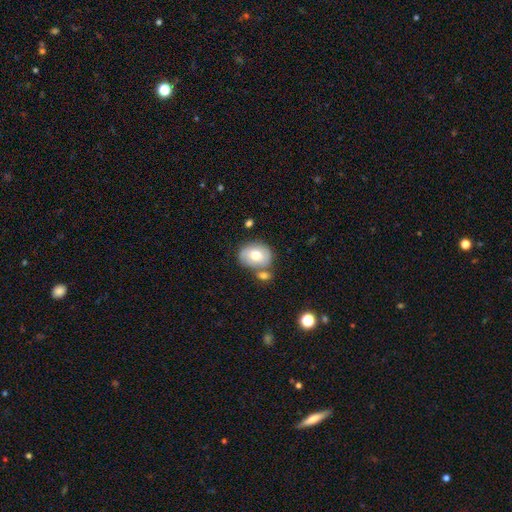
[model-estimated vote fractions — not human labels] This appears to be a smooth galaxy with no disk features (64%) that is in between round and cigar-shaped (58%). Merging: none (56%).